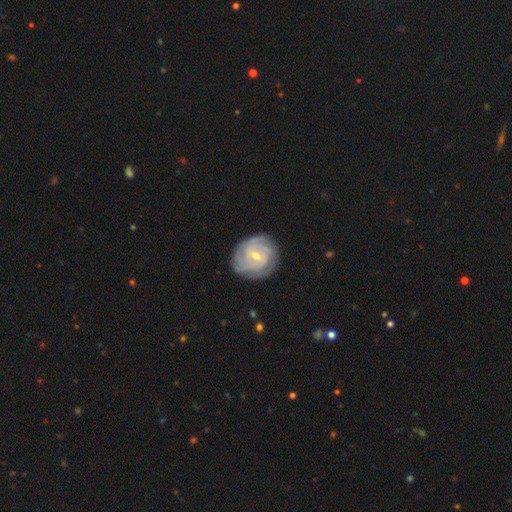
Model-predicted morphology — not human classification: Q: Smooth or featured?
A: featured or disk (76%); runner-up: smooth (18%)
Q: Edge-on disk?
A: no (97%); runner-up: yes (3%)
Q: Bar?
A: weak (56%); runner-up: no (31%)
Q: Spiral arms?
A: yes (91%); runner-up: no (9%)
Q: Spiral winding?
A: tight (70%); runner-up: medium (23%)
Q: Spiral arm count?
A: can't tell (43%); runner-up: 3 (17%)
Q: Bulge size?
A: small (63%); runner-up: moderate (33%)
Q: Merging?
A: none (78%); runner-up: minor disturbance (15%)